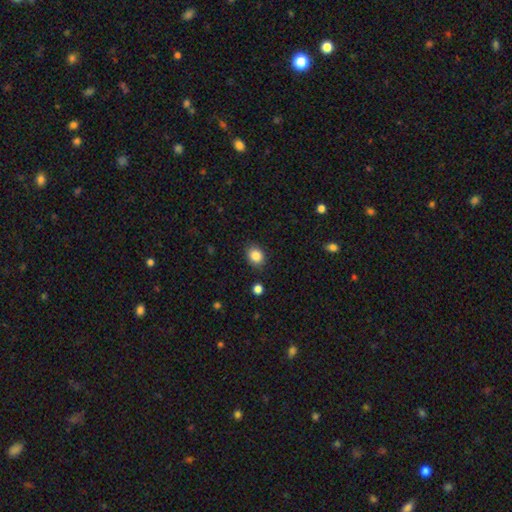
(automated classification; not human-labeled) Overall: smooth (85%). How rounded: round (57%; in between 42%). Merging: none (85%).